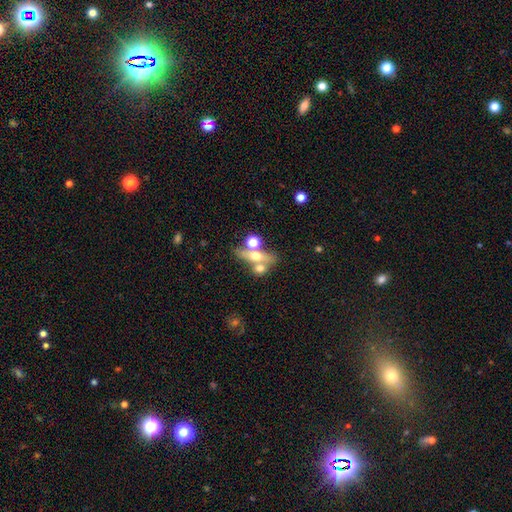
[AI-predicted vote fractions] A smooth galaxy with no disk features (48%). Merging: merger (42%).